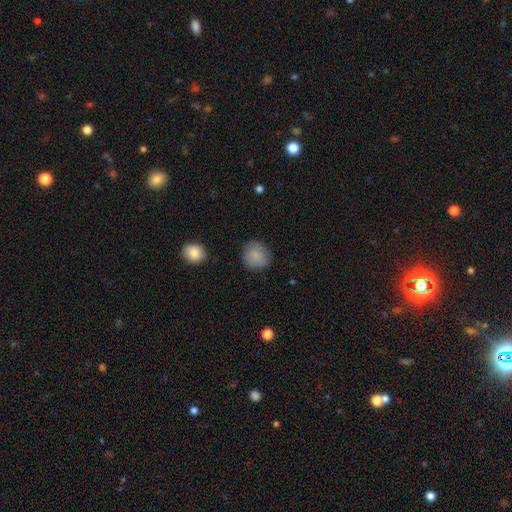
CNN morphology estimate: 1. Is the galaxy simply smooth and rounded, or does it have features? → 86% smooth, 7% star or artifact, 7% featured or disk.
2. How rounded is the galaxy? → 88% round, 11% in between, 1% cigar-shaped.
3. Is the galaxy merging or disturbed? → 81% none, 14% minor disturbance, 3% major disturbance, 2% merger.